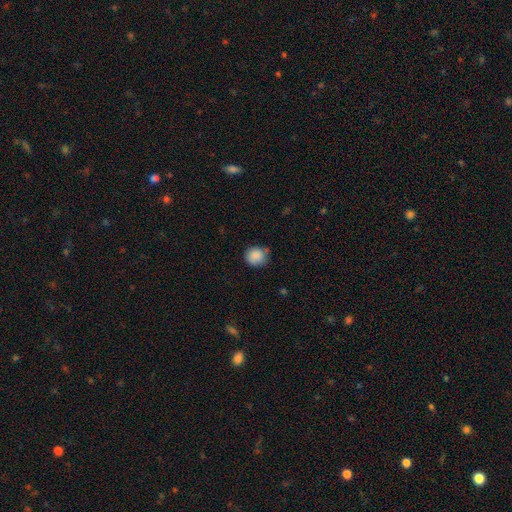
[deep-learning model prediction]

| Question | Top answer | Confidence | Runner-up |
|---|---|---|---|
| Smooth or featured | smooth | 87% | star or artifact (8%) |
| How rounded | round | 82% | in between (17%) |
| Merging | none | 66% | minor disturbance (27%) |